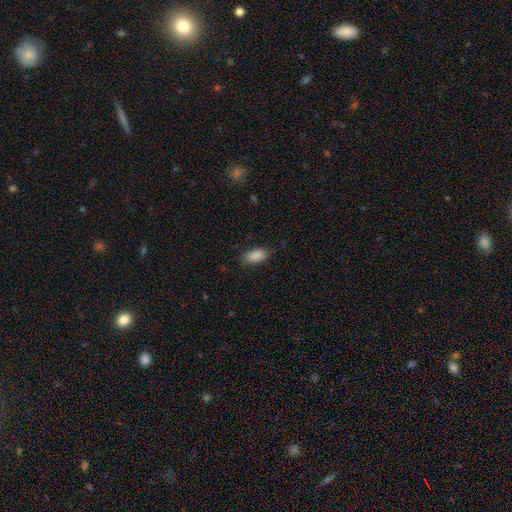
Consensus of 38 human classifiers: This appears to be a smooth galaxy with no disk features (95%) that is in between round and cigar-shaped (92%). Merging: none (89%).